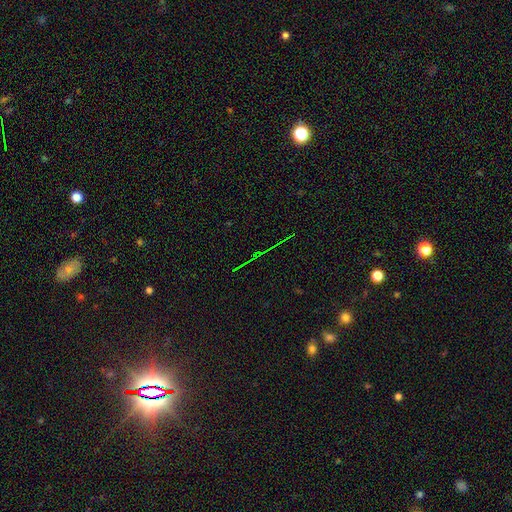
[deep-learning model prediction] Smooth or featured?
  - star or artifact: 78% *
  - featured or disk: 13%
  - smooth: 10%